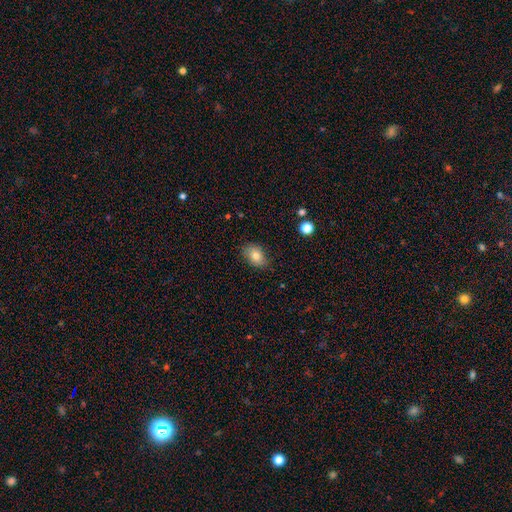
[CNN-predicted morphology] smooth_or_featured: smooth (p=0.79) [alt: featured or disk p=0.12]
how_rounded: in between (p=0.78) [alt: round p=0.21]
merging: none (p=0.80) [alt: minor disturbance p=0.16]